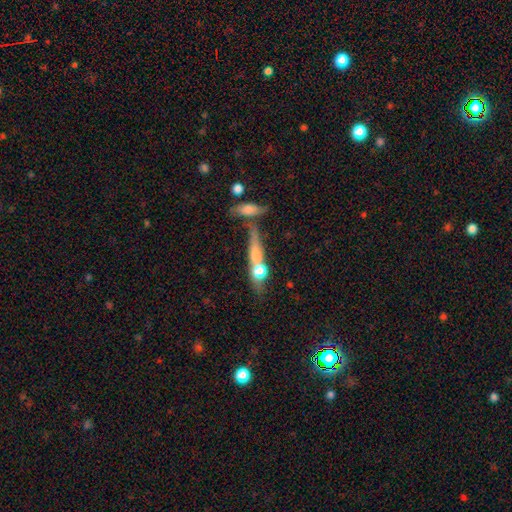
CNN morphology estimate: This appears to be a smooth galaxy with no disk features (49%). Merging: none (43%).